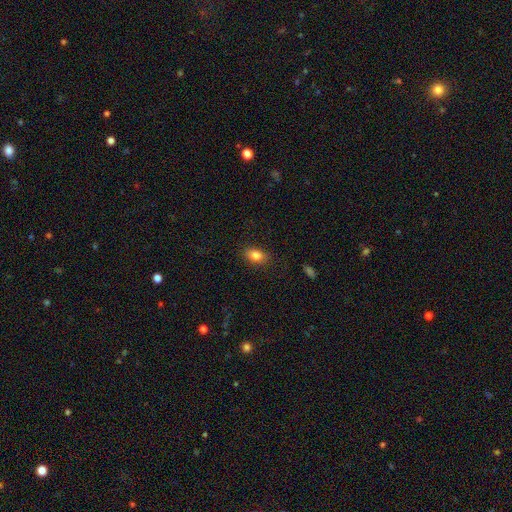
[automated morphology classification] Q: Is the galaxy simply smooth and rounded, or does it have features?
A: smooth — 83%.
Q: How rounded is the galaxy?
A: in between — 83%.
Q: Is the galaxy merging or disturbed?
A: none — 85%.